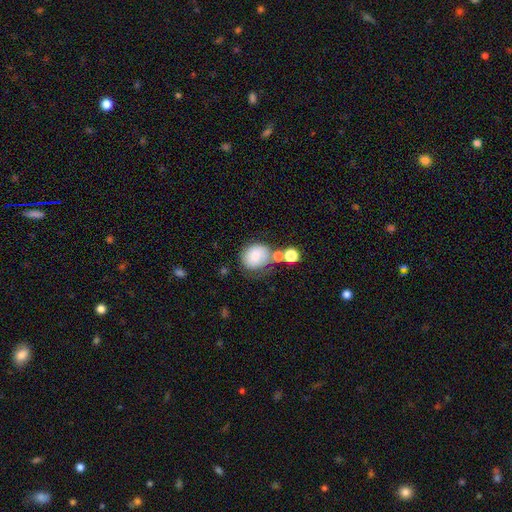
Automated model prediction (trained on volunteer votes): Smooth or featured? Predicted: smooth (p=0.76). How rounded? Predicted: round (p=0.66). Merging? Predicted: none (p=0.50).